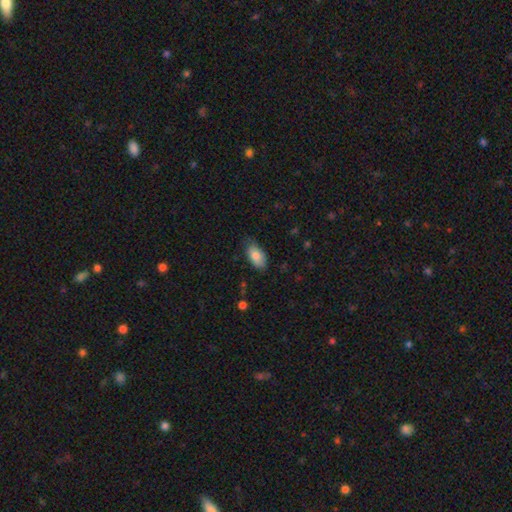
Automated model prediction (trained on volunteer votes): Smooth or featured? smooth (84%)
How rounded? in between (92%)
Merging? none (75%)